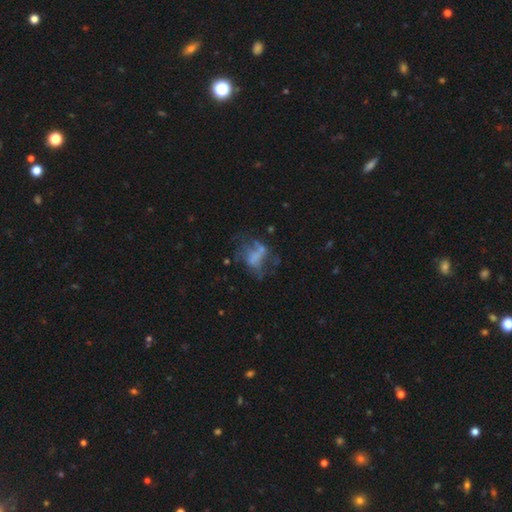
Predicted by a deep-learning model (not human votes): A featured or disk galaxy (52%) with no bar (81%), no spiral arms (82%) and no central bulge (71%). Merging: major disturbance (39%).